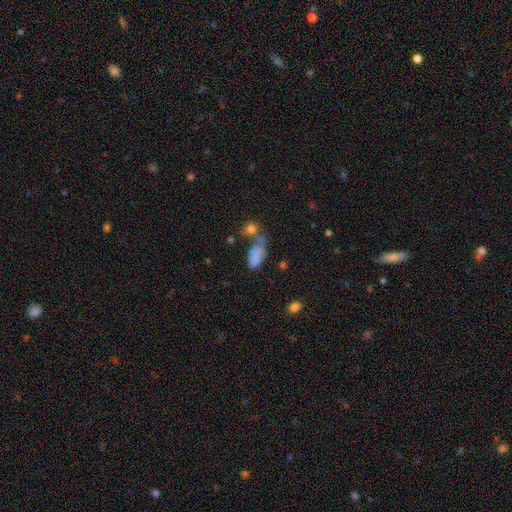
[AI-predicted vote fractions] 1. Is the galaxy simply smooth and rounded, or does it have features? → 78% smooth, 11% featured or disk, 11% star or artifact.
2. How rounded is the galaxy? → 89% in between, 6% cigar-shaped, 5% round.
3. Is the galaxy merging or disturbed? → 38% none, 23% minor disturbance, 23% merger, 15% major disturbance.